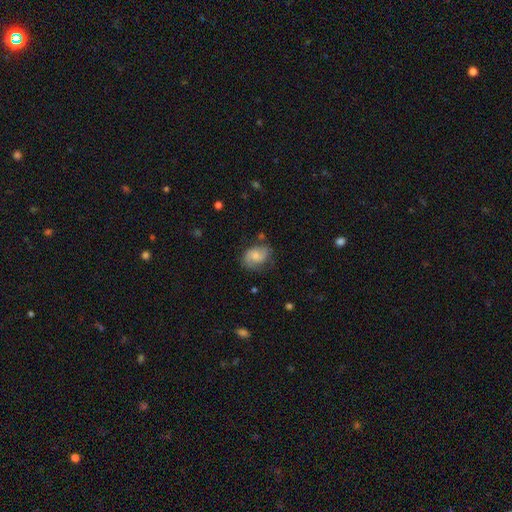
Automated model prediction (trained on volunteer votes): Q: Smooth or featured?
A: featured or disk (59%); runner-up: smooth (33%)
Q: Edge-on disk?
A: no (97%); runner-up: yes (3%)
Q: Bar?
A: no (60%); runner-up: weak (35%)
Q: Spiral arms?
A: yes (90%); runner-up: no (10%)
Q: Spiral winding?
A: medium (46%); runner-up: tight (27%)
Q: Spiral arm count?
A: 2 (79%); runner-up: can't tell (10%)
Q: Bulge size?
A: small (43%); runner-up: moderate (40%)
Q: Merging?
A: none (64%); runner-up: minor disturbance (24%)